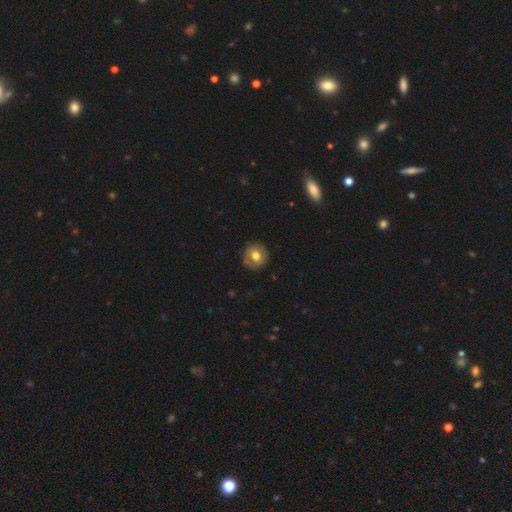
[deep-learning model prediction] Q: Smooth or featured?
A: smooth (67%); runner-up: featured or disk (25%)
Q: How rounded?
A: round (89%); runner-up: in between (10%)
Q: Merging?
A: none (84%); runner-up: minor disturbance (12%)